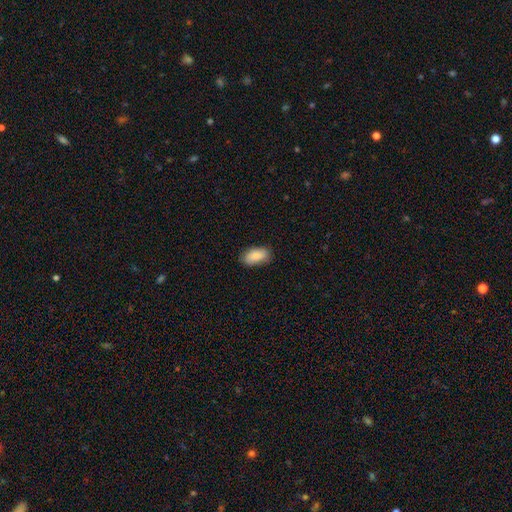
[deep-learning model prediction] The model was most divided on "merging": none: 80%, minor disturbance: 16%, major disturbance: 3%, merger: 1%. More confident: how rounded — in between (93%); smooth or featured — smooth (88%).